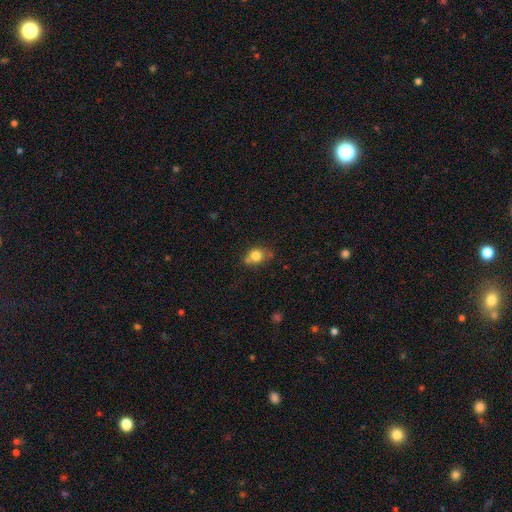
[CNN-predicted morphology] type=smooth (78%); roundness=round (58%); merging=none (57%).